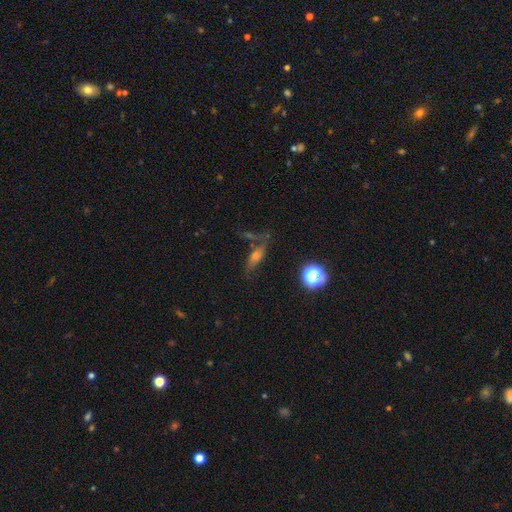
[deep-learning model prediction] The model was most divided on "smooth or featured": smooth: 40%, featured or disk: 38%, star or artifact: 22%. More confident: merging — none (57%).